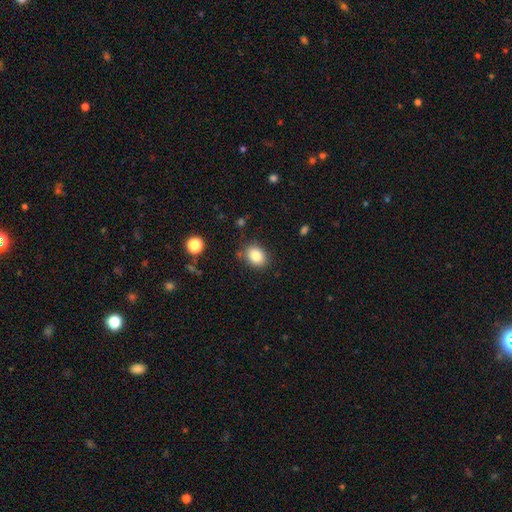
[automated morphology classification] smooth-or-featured: smooth: 84% | star or artifact: 9% | featured or disk: 7%
  how-rounded: in between: 60% | round: 39% | cigar-shaped: 1%
  merging: none: 82% | minor disturbance: 12% | major disturbance: 3% | merger: 3%